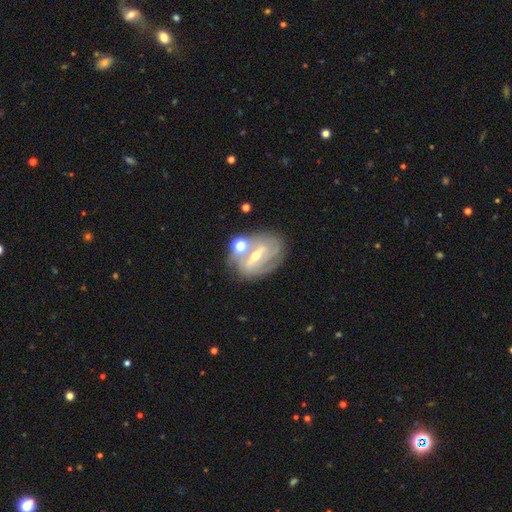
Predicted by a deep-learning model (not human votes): This is likely a featured or disk galaxy (75%). It is clearly not viewed edge-on (92%). Bar: possibly strong (57%). Spiral arm pattern: likely yes (73%). Spiral arm count: possibly 2 (54%). Spiral winding: possibly tight (48%). Central bulge: possibly moderate (50%). Merging: possibly none (58%).